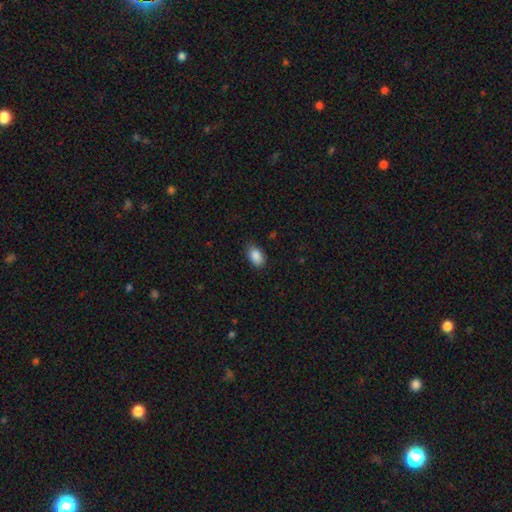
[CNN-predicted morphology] Smooth or featured? Predicted: smooth (p=0.88). How rounded? Predicted: in between (p=0.90). Merging? Predicted: none (p=0.80).